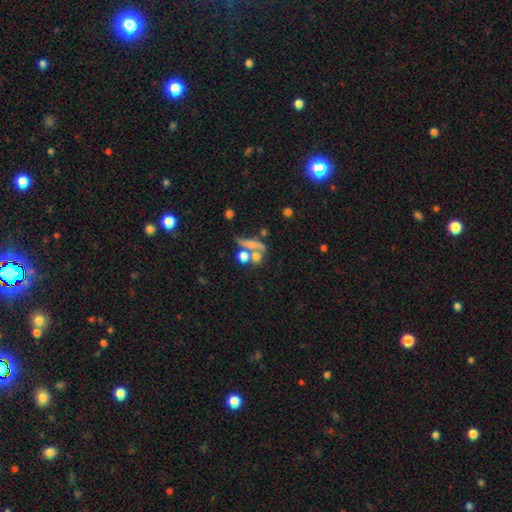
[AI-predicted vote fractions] Smooth or featured: smooth — 53% (featured or disk — 28%)
How rounded: round — 42% (in between — 31%)
Merging: merger — 40% (none — 39%)